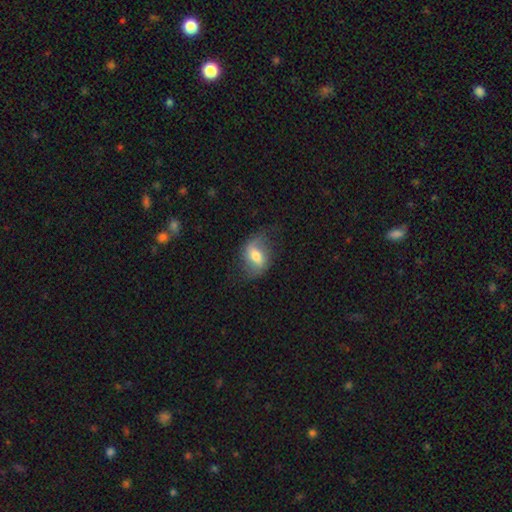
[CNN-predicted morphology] Smooth or featured: featured or disk — 47% (smooth — 45%)
Merging: none — 64% (minor disturbance — 23%)